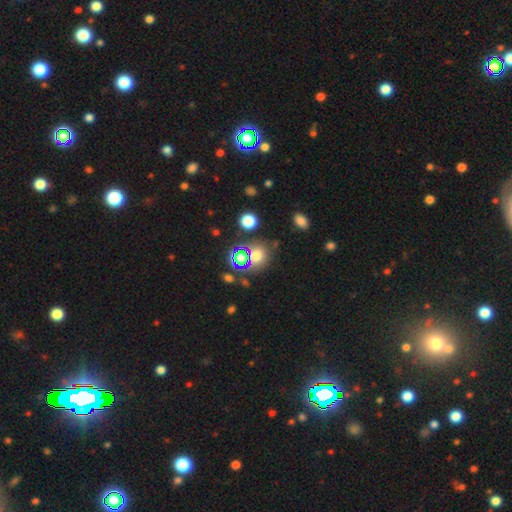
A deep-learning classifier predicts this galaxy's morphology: Smooth or featured: smooth — 60% (star or artifact — 30%)
How rounded: round — 75% (in between — 24%)
Merging: none — 68% (merger — 14%)